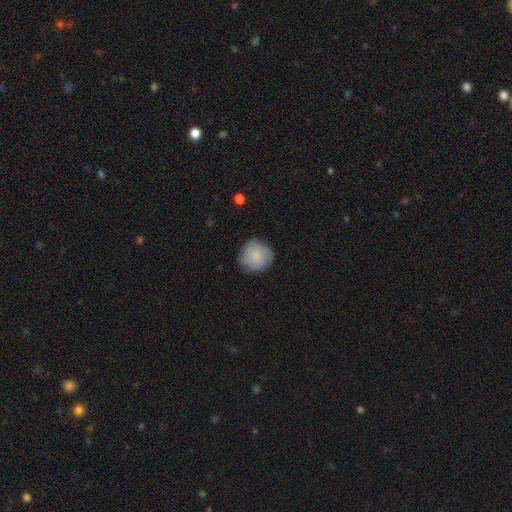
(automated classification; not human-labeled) Smooth or featured: smooth — 82% (featured or disk — 12%)
How rounded: round — 91% (in between — 8%)
Merging: none — 80% (minor disturbance — 15%)